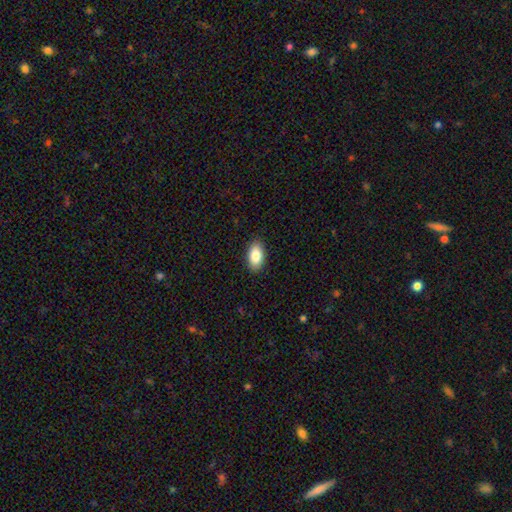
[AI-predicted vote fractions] Overall: smooth (86%). How rounded: in between (94%). Merging: none (89%).